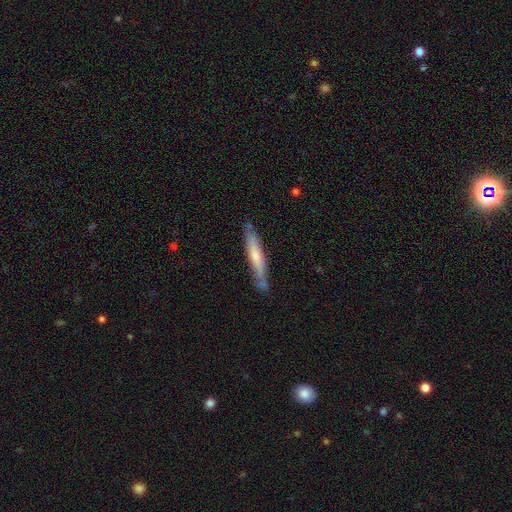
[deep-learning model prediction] Smooth or featured? smooth (55%)
How rounded? cigar-shaped (90%)
Merging? none (72%)